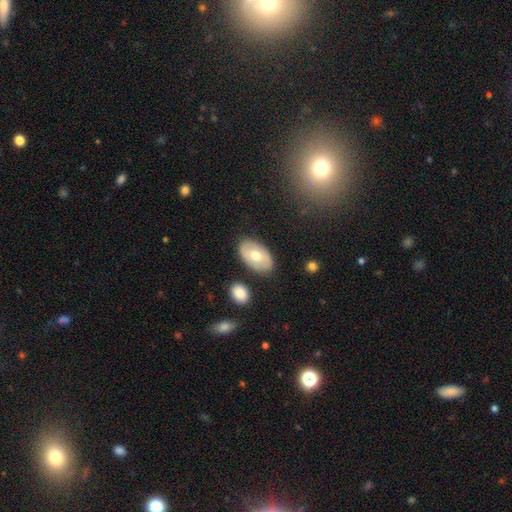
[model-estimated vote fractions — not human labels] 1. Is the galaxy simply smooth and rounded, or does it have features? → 60% smooth, 34% featured or disk, 6% star or artifact.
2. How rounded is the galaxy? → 92% in between, 6% round, 1% cigar-shaped.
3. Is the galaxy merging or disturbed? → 81% none, 12% minor disturbance, 3% merger, 3% major disturbance.